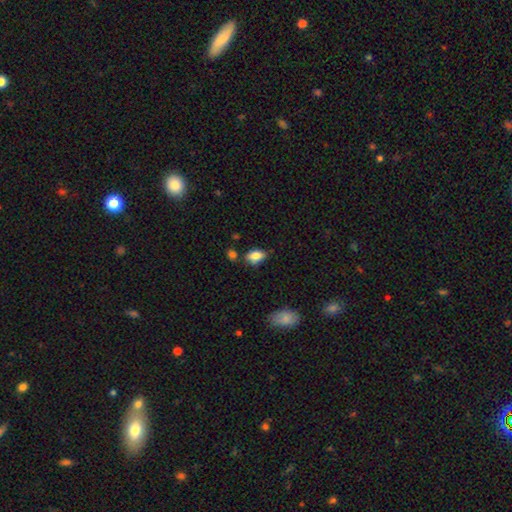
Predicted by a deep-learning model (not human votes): Smooth or featured? smooth (81%)
How rounded? in between (88%)
Merging? none (67%)